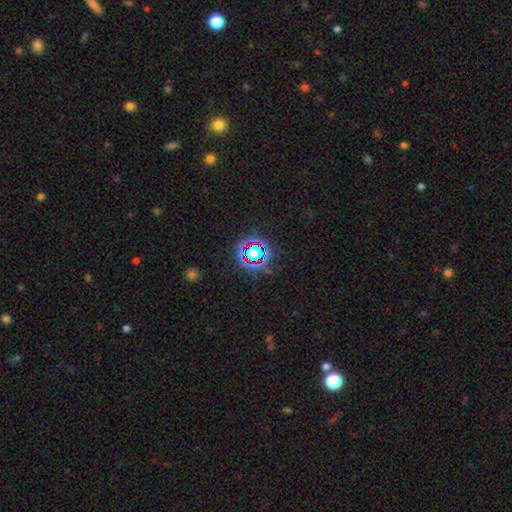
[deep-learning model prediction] Smooth or featured?
  - star or artifact: 69% *
  - smooth: 21%
  - featured or disk: 10%